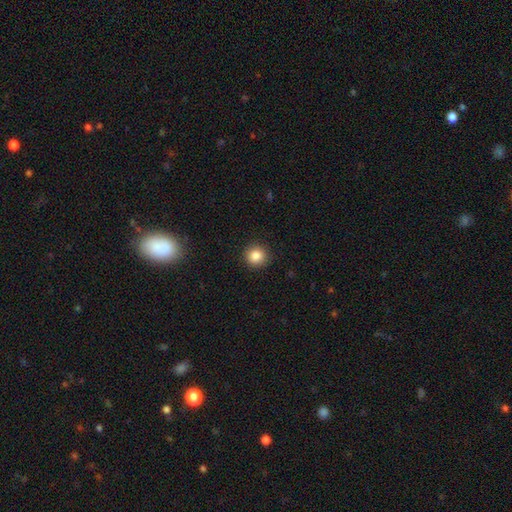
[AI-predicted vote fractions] This appears to be a smooth galaxy with no disk features (86%) that is round (93%). Merging: none (91%).